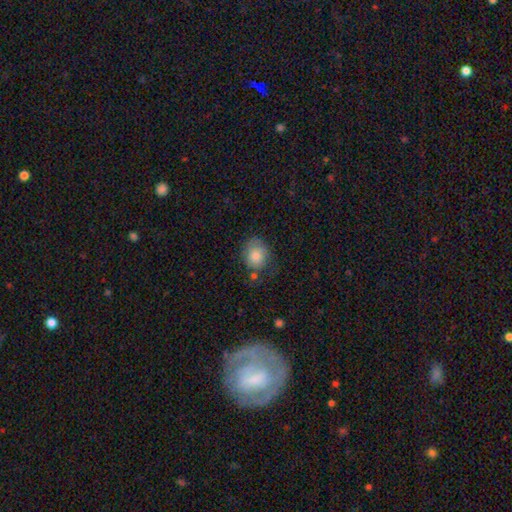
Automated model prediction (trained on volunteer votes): Q: Smooth or featured?
A: smooth (80%); runner-up: featured or disk (12%)
Q: How rounded?
A: round (63%); runner-up: in between (36%)
Q: Merging?
A: none (61%); runner-up: minor disturbance (25%)